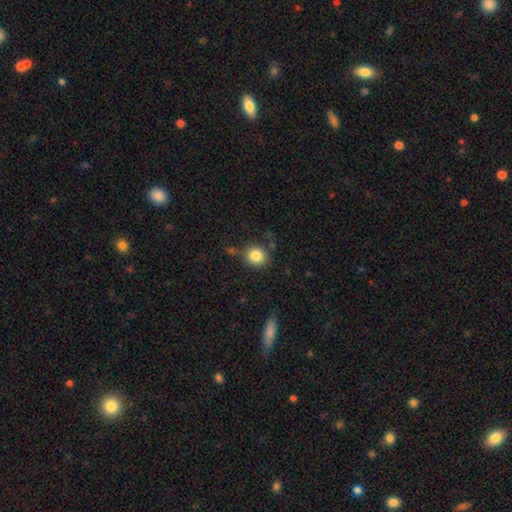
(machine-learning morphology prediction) smooth 84%, star or artifact 10%, featured or disk 6%. Down the decision tree: how rounded — round (83%); merging — none (73%).